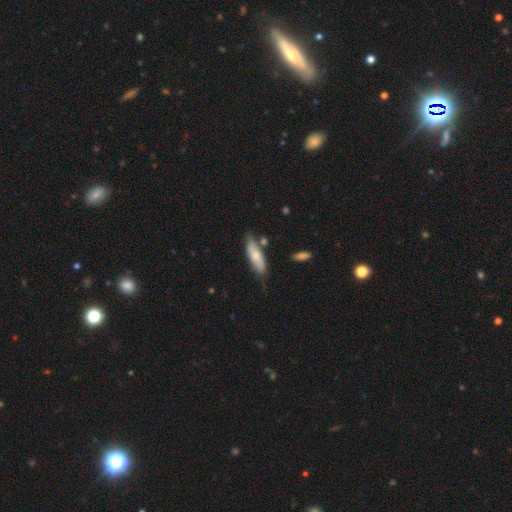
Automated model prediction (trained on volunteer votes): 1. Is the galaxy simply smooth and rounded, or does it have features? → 69% smooth, 26% featured or disk, 6% star or artifact.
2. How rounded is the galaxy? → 55% in between, 43% cigar-shaped, 2% round.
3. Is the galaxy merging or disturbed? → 64% none, 23% minor disturbance, 8% merger, 5% major disturbance.